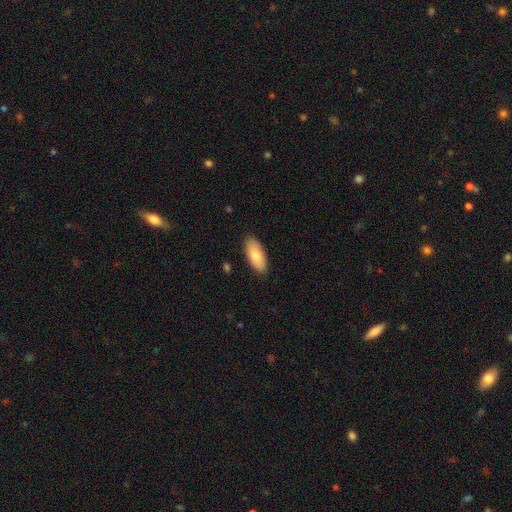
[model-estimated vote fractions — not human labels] smooth 80%, featured or disk 14%, star or artifact 6%. Down the decision tree: how rounded — in between (86%); merging — none (87%).